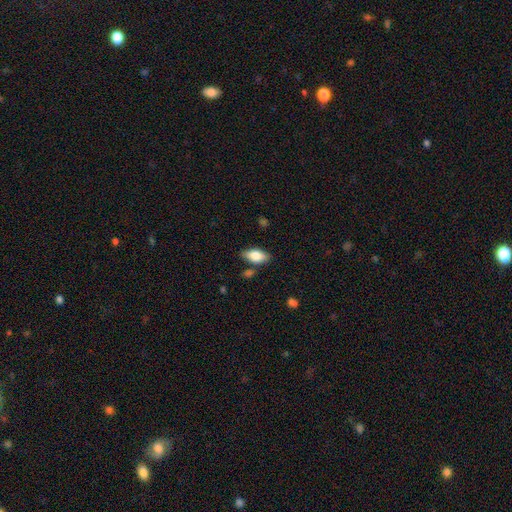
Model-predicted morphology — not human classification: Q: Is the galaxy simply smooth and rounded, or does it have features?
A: smooth — 80%.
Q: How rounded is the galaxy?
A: in between — 90%.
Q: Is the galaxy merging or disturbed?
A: none — 78%.